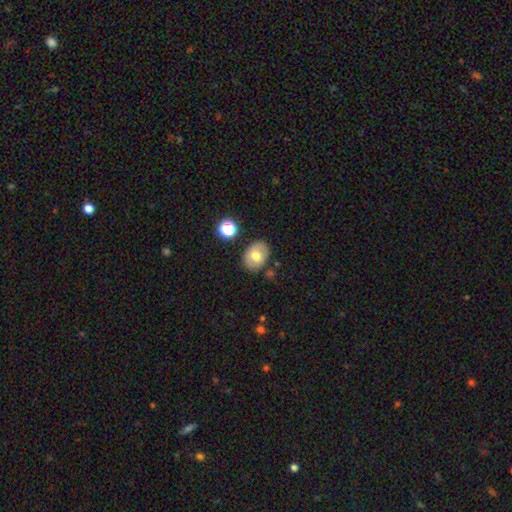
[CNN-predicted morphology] Smooth or featured? smooth (70%)
How rounded? in between (66%)
Merging? none (81%)